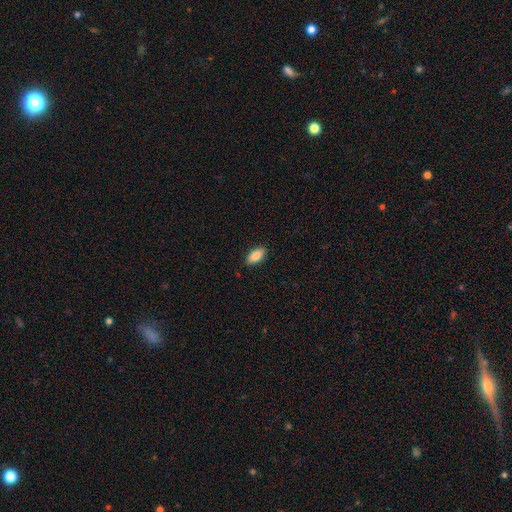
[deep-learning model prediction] Morphology: type=smooth (87%); roundness=in between (91%); merging=none (89%).